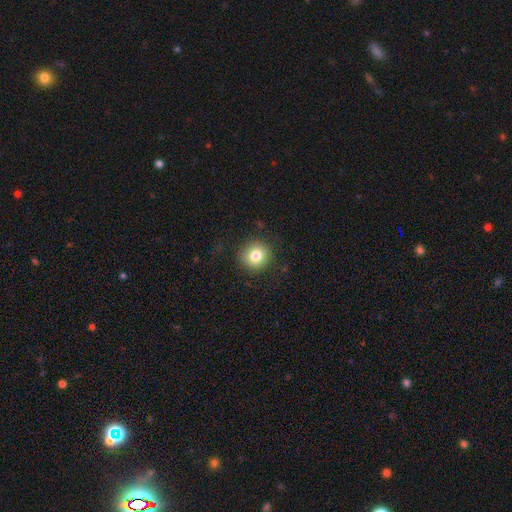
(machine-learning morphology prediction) Smooth or featured?
  - smooth: 80% *
  - star or artifact: 11%
  - featured or disk: 9%
How rounded?
  - round: 91% *
  - in between: 8%
  - cigar-shaped: 1%
Merging?
  - none: 90% *
  - minor disturbance: 7%
  - major disturbance: 2%
  - merger: 1%